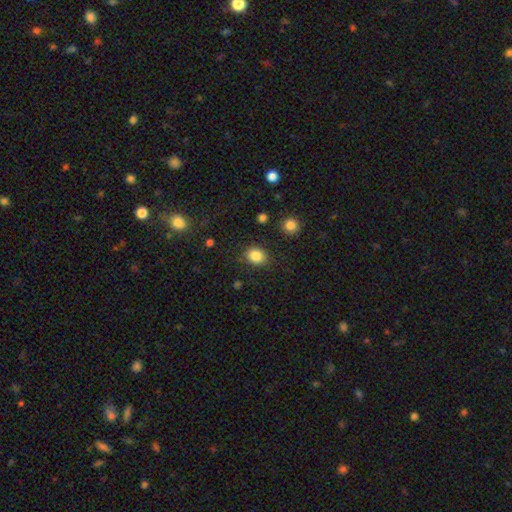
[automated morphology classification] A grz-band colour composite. It shows a smooth galaxy with no disk features (84%) that is round (55%). Merging: none (82%).